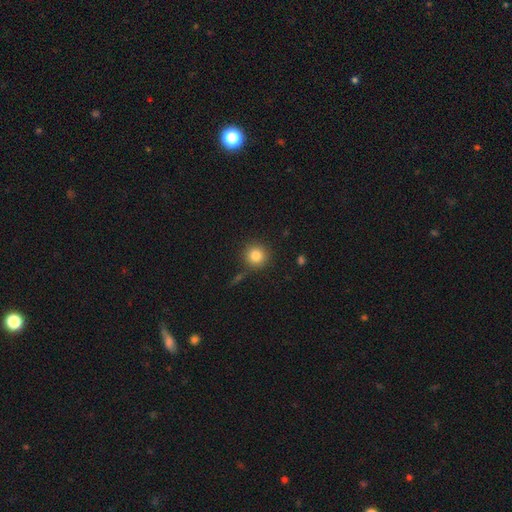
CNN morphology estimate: A smooth galaxy with no disk features (83%) that is round (93%). Merging: none (83%).